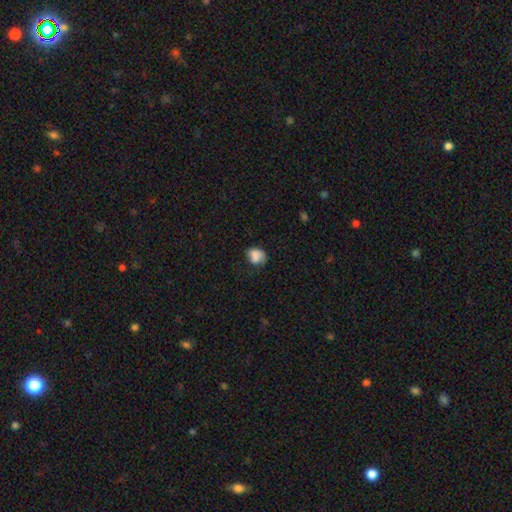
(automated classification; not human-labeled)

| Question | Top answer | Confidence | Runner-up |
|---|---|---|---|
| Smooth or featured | smooth | 73% | featured or disk (17%) |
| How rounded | in between | 56% | round (43%) |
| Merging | none | 43% | minor disturbance (31%) |